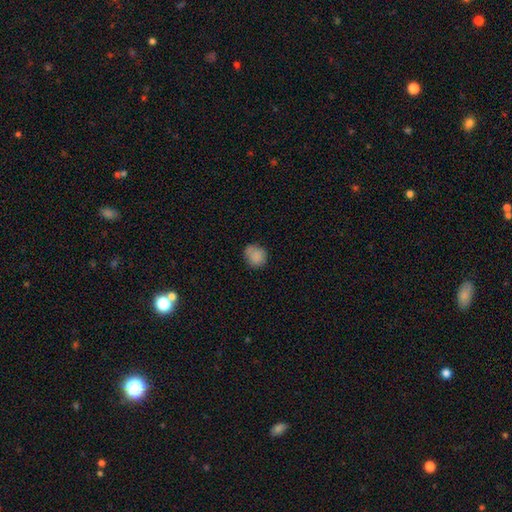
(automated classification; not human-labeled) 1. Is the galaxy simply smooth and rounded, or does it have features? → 84% smooth, 9% star or artifact, 7% featured or disk.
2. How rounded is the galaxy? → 79% round, 20% in between, 1% cigar-shaped.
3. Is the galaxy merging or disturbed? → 66% none, 22% minor disturbance, 6% merger, 5% major disturbance.